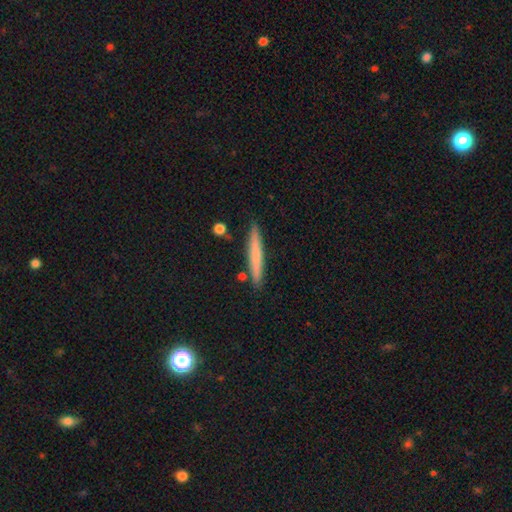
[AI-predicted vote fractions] This appears to be a smooth galaxy with no disk features (66%) that is cigar-shaped (96%). Merging: none (87%).